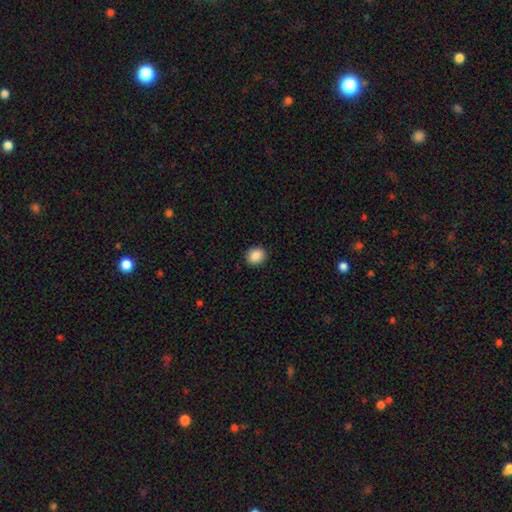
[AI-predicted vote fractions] Smooth or featured? Predicted: smooth (p=0.88). How rounded? Predicted: round (p=0.70). Merging? Predicted: none (p=0.91).